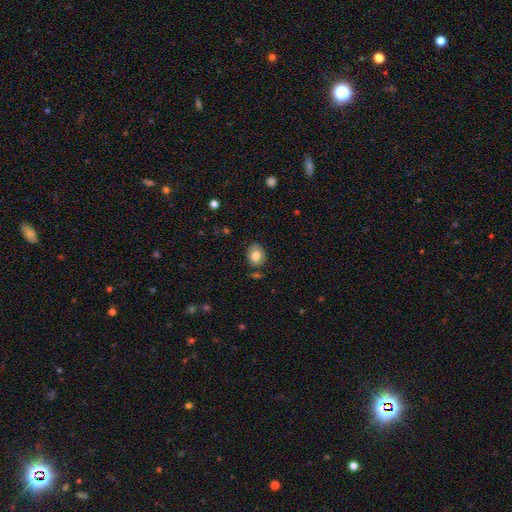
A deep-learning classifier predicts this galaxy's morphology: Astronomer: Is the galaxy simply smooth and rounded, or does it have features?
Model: smooth — 79%.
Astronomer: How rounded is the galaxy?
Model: in between — 52% (runner-up: round, 47%).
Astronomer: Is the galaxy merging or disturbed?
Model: none — 77%.